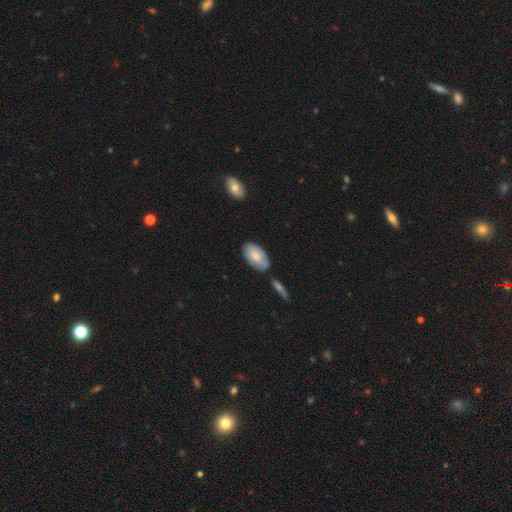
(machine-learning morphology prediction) smooth 70%, featured or disk 24%, star or artifact 6%. Down the decision tree: how rounded — in between (94%); merging — none (63%).